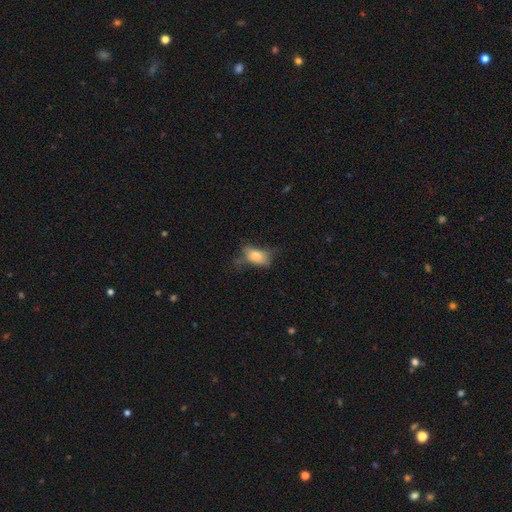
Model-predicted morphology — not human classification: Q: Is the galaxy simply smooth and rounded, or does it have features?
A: smooth — 68%.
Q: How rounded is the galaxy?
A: in between — 85%.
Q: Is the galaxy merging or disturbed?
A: none — 38%.